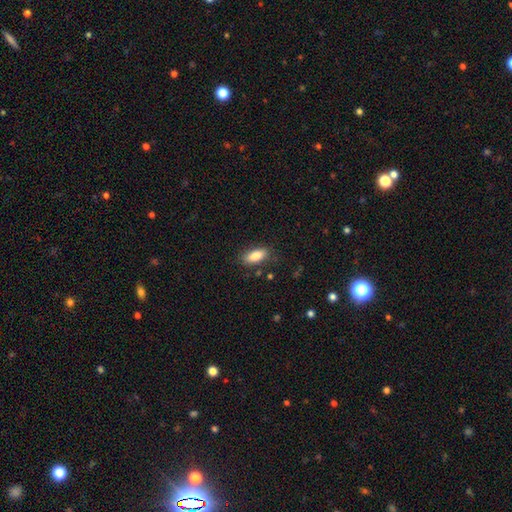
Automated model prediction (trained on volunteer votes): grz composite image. It shows a smooth galaxy with no disk features (84%) that is in between round and cigar-shaped (85%). Merging: none (83%).